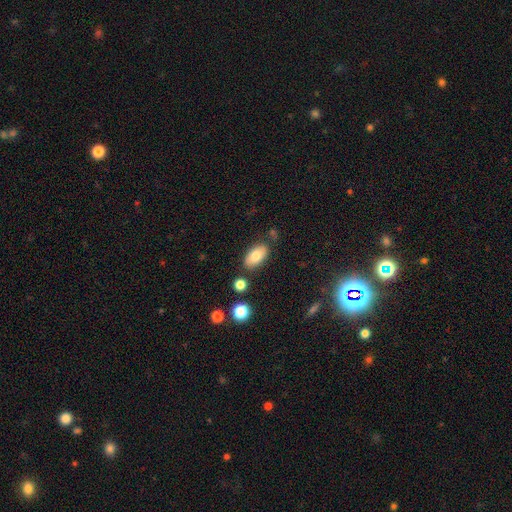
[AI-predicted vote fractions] Morphology: type=smooth (79%); roundness=in between (93%); merging=none (80%).